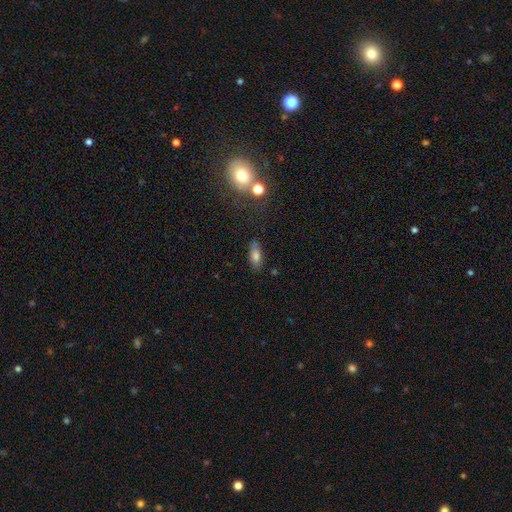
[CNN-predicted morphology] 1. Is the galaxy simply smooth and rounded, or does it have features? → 77% smooth, 12% featured or disk, 11% star or artifact.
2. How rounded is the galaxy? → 82% in between, 14% cigar-shaped, 4% round.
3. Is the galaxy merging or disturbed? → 77% none, 16% minor disturbance, 4% major disturbance, 3% merger.